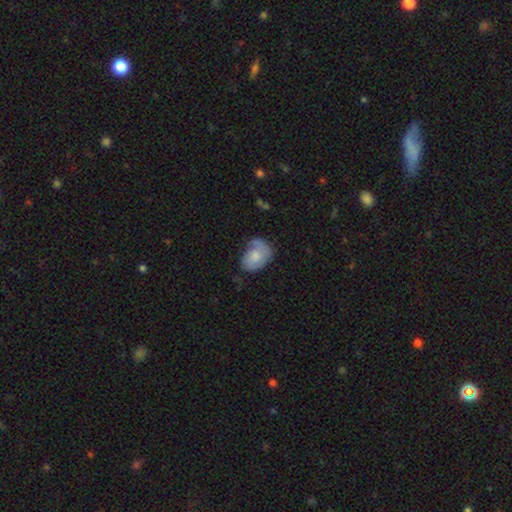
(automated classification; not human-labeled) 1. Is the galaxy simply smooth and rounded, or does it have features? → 60% smooth, 33% featured or disk, 7% star or artifact.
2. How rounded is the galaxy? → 77% in between, 22% round, 1% cigar-shaped.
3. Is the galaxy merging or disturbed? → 43% none, 34% minor disturbance, 20% major disturbance, 4% merger.